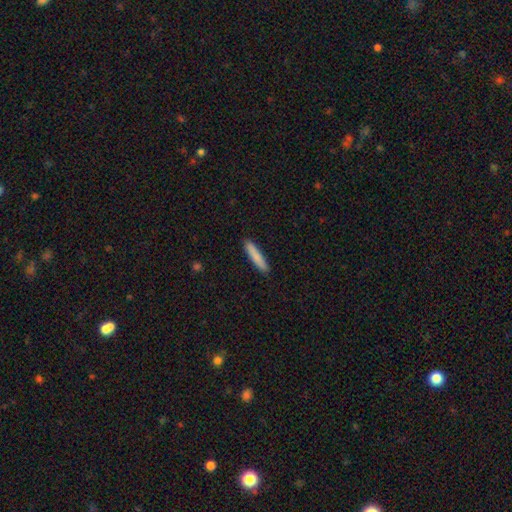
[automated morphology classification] This appears to be a smooth galaxy with no disk features (84%) that is cigar-shaped (91%). Merging: none (91%).